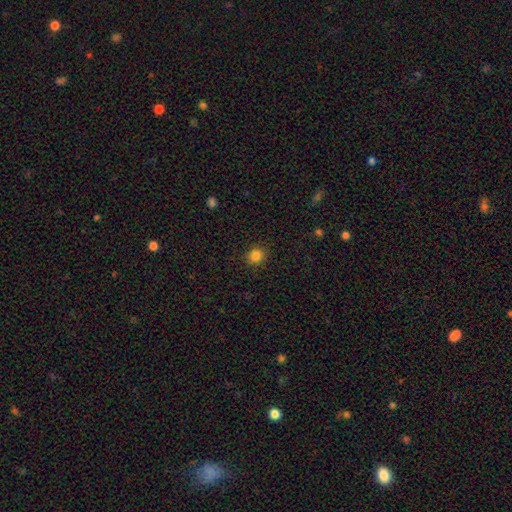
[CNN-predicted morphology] Smooth or featured: smooth — 85% (star or artifact — 12%)
How rounded: round — 88% (in between — 11%)
Merging: none — 90% (minor disturbance — 7%)